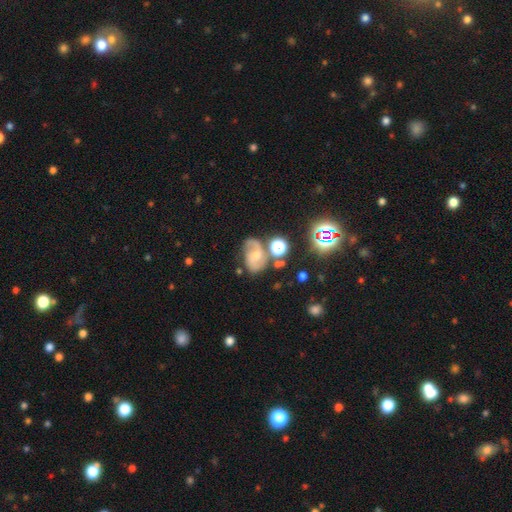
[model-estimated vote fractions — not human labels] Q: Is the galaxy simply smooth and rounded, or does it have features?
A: featured or disk — 64%.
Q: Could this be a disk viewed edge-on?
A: no — 97%.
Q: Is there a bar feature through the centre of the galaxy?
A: no — 49%.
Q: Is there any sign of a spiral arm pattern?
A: yes — 89%.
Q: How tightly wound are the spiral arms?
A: medium — 49%.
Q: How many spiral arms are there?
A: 2 — 79%.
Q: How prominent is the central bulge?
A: small — 43%, tied with moderate.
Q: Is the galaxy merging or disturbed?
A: none — 52%.